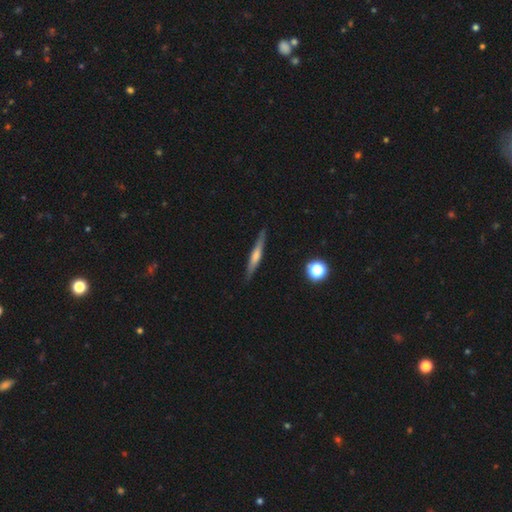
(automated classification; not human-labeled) This appears to be a featured or disk galaxy (53%) viewed edge-on (96%) with a rounded central bulge (59%). Merging: none (88%).